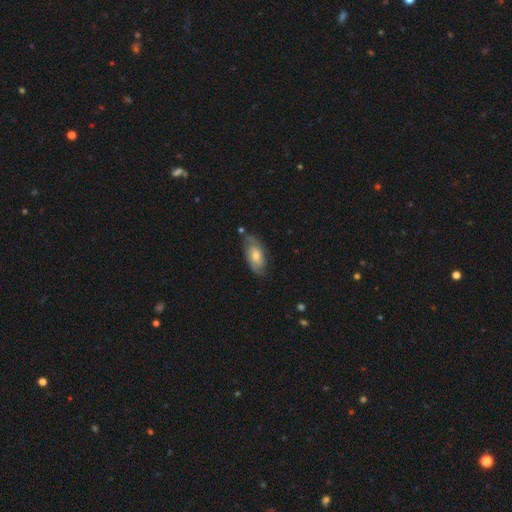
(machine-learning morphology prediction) Smooth or featured? Predicted: featured or disk (p=0.55). Edge-on disk? Predicted: no (p=0.90). Merging? Predicted: none (p=0.68).